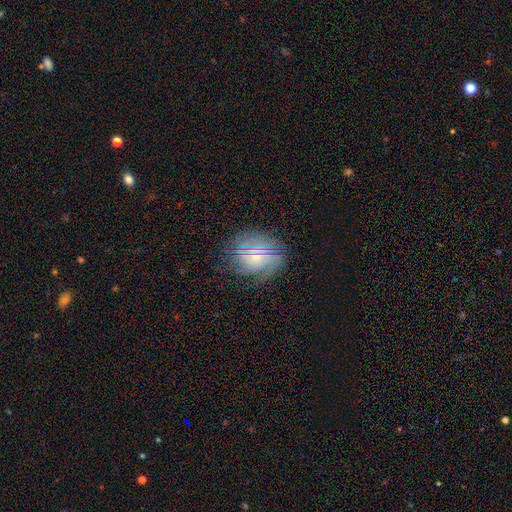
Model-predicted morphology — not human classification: smooth-or-featured: featured or disk: 56% | smooth: 29% | star or artifact: 15%
  disk-edge-on: no: 95% | yes: 5%
    bar: no: 66% | weak: 28% | strong: 6%
    has-spiral-arms: yes: 83% | no: 17%
    bulge-size: small: 65% | moderate: 29% | none: 2% | large: 2% | dominant: 1%
  merging: none: 75% | minor disturbance: 17% | major disturbance: 7% | merger: 1%